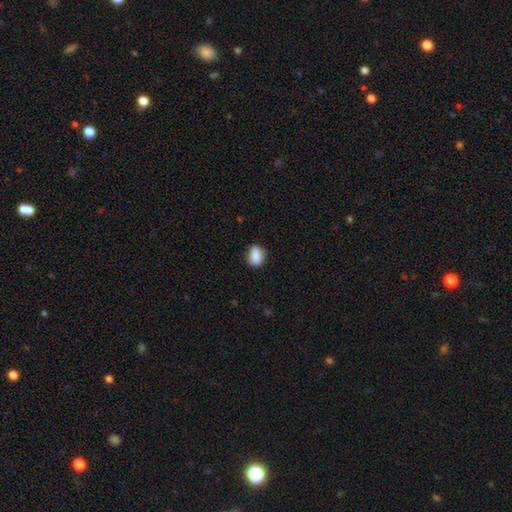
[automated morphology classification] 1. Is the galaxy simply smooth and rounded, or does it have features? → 88% smooth, 8% star or artifact, 5% featured or disk.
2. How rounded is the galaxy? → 78% in between, 19% round, 3% cigar-shaped.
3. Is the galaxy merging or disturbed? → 83% none, 13% minor disturbance, 3% major disturbance, 1% merger.